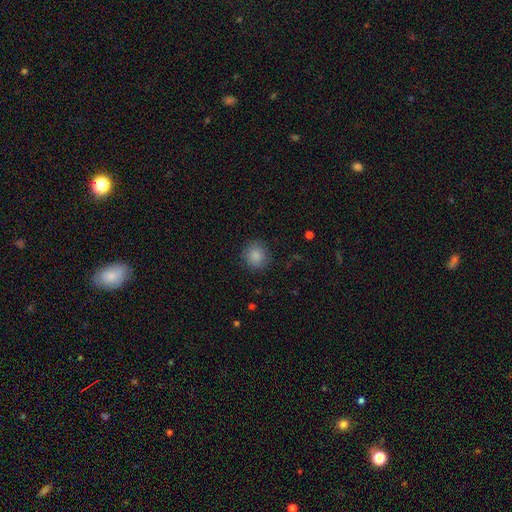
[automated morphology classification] Overall: smooth (86%). How rounded: round (91%). Merging: none (88%).